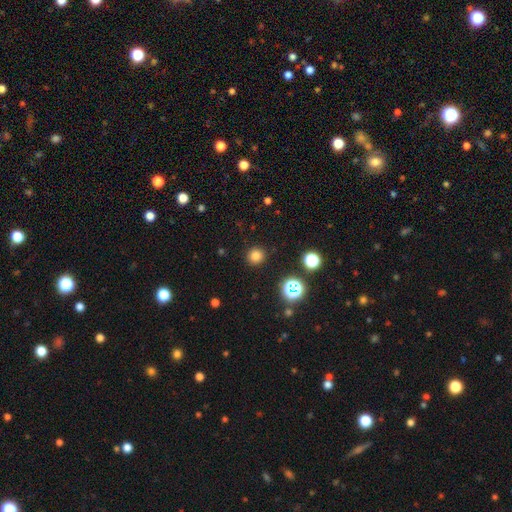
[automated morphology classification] A smooth galaxy with no disk features (77%) that is round (93%). Merging: none (90%).